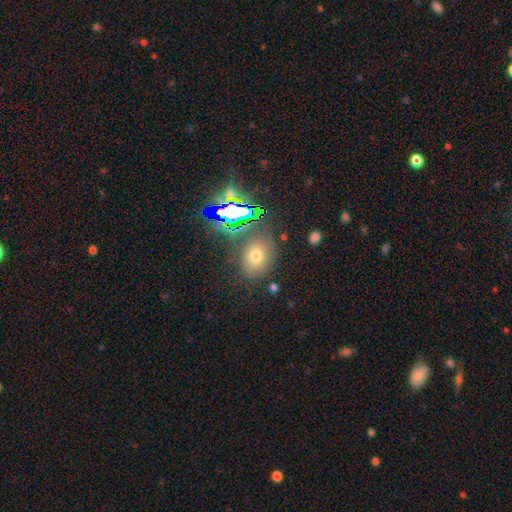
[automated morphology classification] Smooth or featured? smooth (63%)
How rounded? in between (63%)
Merging? none (76%)